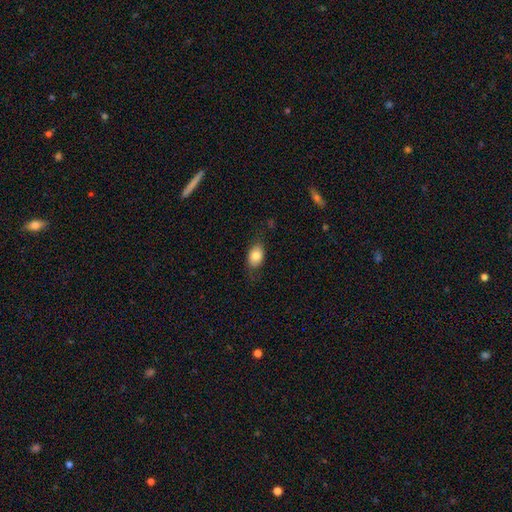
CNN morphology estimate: This is clearly a smooth galaxy (82%). How rounded: clearly in between (81%). Merging: likely none (73%).